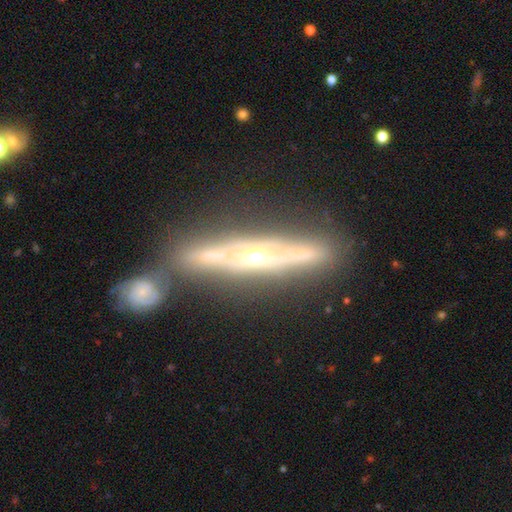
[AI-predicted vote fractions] Smooth or featured?
  - featured or disk: 78% *
  - smooth: 15%
  - star or artifact: 7%
Edge-on disk?
  - yes: 81% *
  - no: 19%
Edge-on bulge?
  - rounded: 77% *
  - none: 19%
  - boxy: 4%
Merging?
  - none: 58% *
  - merger: 23%
  - minor disturbance: 14%
  - major disturbance: 5%